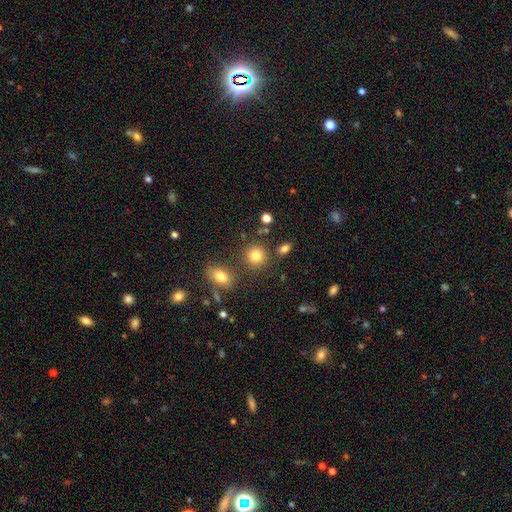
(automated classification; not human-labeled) Smooth or featured? Predicted: smooth (p=0.81). How rounded? Predicted: round (p=0.86). Merging? Predicted: none (p=0.79).